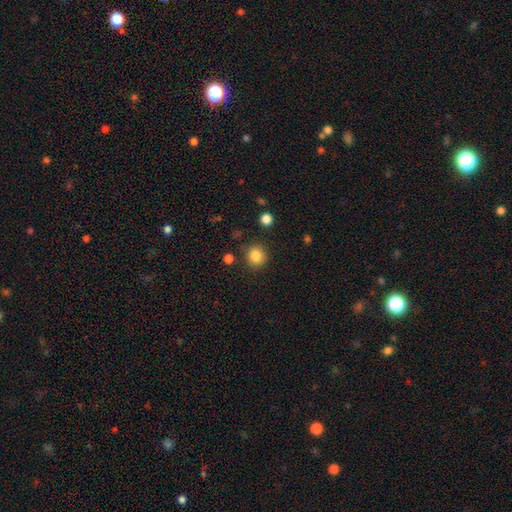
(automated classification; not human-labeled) Smooth or featured: smooth — 85% (star or artifact — 11%)
How rounded: round — 89% (in between — 10%)
Merging: none — 85% (minor disturbance — 9%)